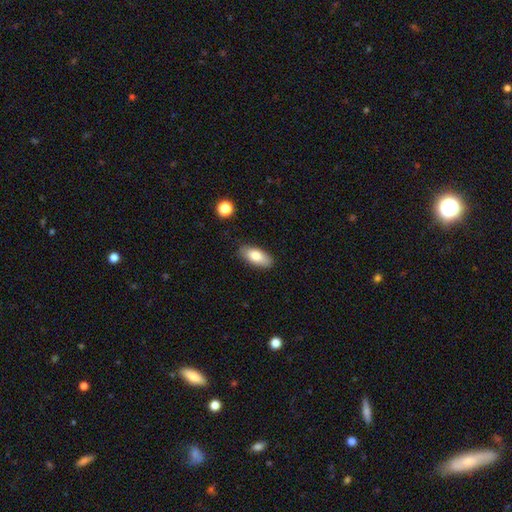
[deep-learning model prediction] Smooth or featured?
  - smooth: 79% *
  - featured or disk: 14%
  - star or artifact: 7%
How rounded?
  - in between: 87% *
  - cigar-shaped: 10%
  - round: 3%
Merging?
  - none: 84% *
  - minor disturbance: 12%
  - major disturbance: 2%
  - merger: 1%